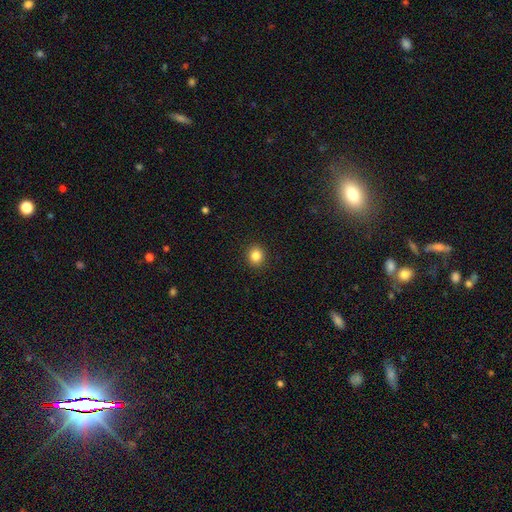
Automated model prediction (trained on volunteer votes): smooth_or_featured: smooth (p=0.84) [alt: star or artifact p=0.11]
how_rounded: round (p=0.84) [alt: in between p=0.15]
merging: none (p=0.92) [alt: minor disturbance p=0.05]